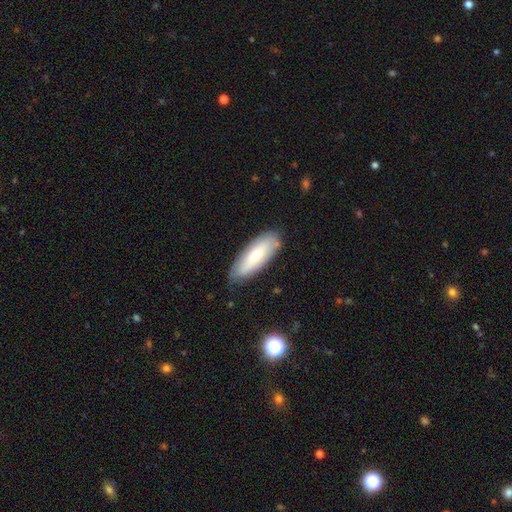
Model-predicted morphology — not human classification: The model was most divided on "how rounded": in between: 63%, cigar-shaped: 35%, round: 2%. More confident: merging — none (78%); smooth or featured — smooth (66%).